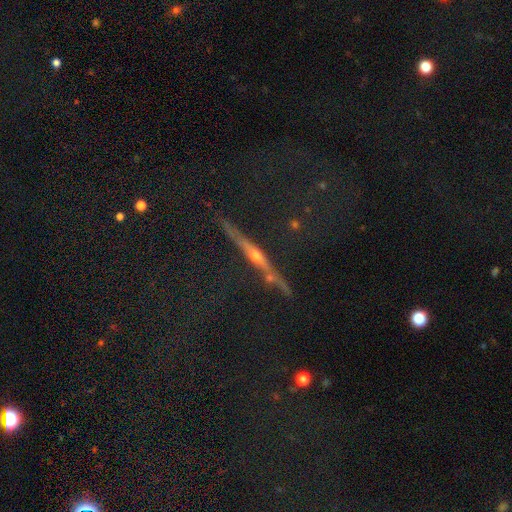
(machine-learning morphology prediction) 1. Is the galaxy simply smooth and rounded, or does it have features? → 55% featured or disk, 26% star or artifact, 19% smooth.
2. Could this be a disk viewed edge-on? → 86% yes, 14% no.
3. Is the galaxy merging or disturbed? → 71% none, 15% minor disturbance, 8% merger, 6% major disturbance.